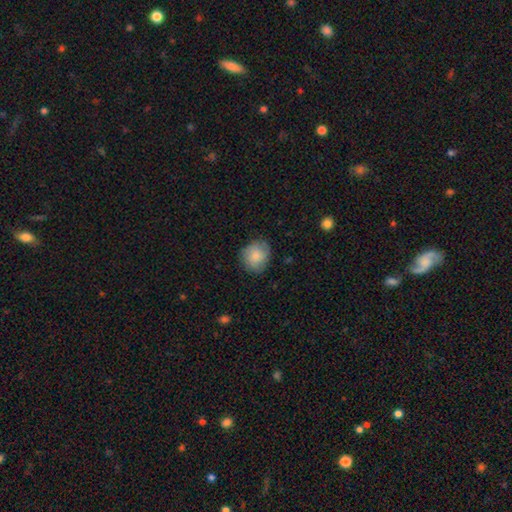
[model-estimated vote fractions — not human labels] smooth_or_featured: smooth (p=0.81) [alt: featured or disk p=0.12]
how_rounded: round (p=0.75) [alt: in between p=0.24]
merging: none (p=0.76) [alt: minor disturbance p=0.19]